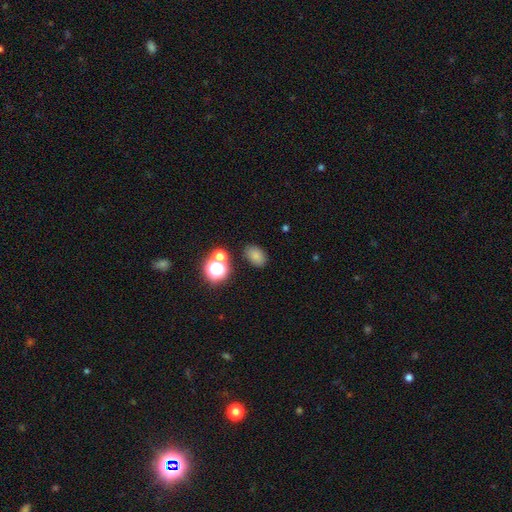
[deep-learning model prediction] Q: Smooth or featured?
A: smooth (76%); runner-up: star or artifact (16%)
Q: How rounded?
A: in between (80%); runner-up: round (19%)
Q: Merging?
A: none (80%); runner-up: minor disturbance (11%)